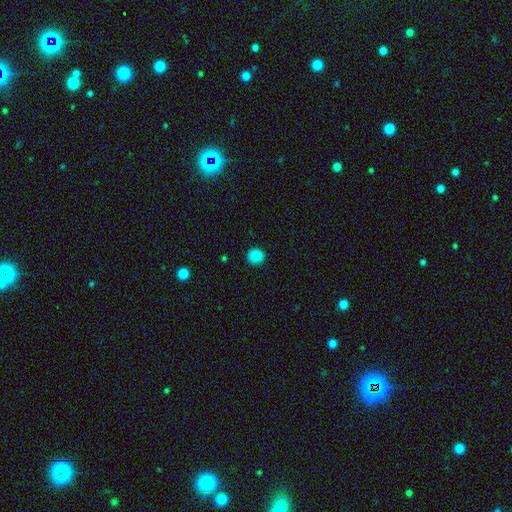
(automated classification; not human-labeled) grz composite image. It shows a smooth galaxy with no disk features (85%) that is round (93%). Merging: none (92%).